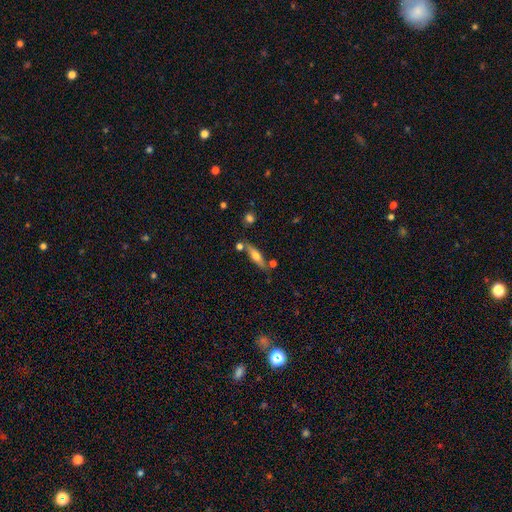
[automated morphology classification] type=smooth (48%); merging=none (73%).